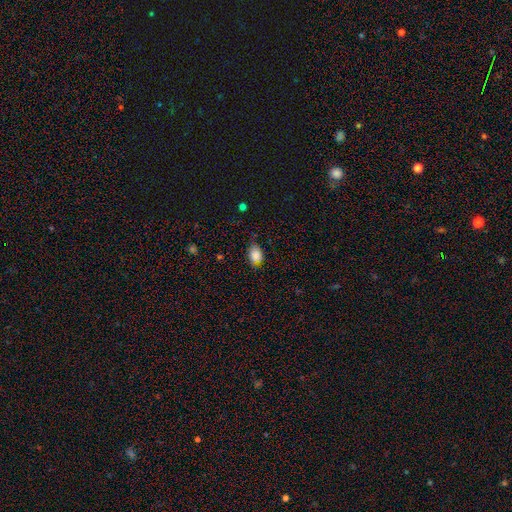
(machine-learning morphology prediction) A smooth galaxy with no disk features (83%) that is in between round and cigar-shaped (83%).

Vote fractions:
- Smooth or featured? smooth: 83% / star or artifact: 9% / featured or disk: 8%
- How rounded? in between: 83% / round: 16% / cigar-shaped: 2%
- Merging? none: 71% / minor disturbance: 23% / major disturbance: 5% / merger: 1%